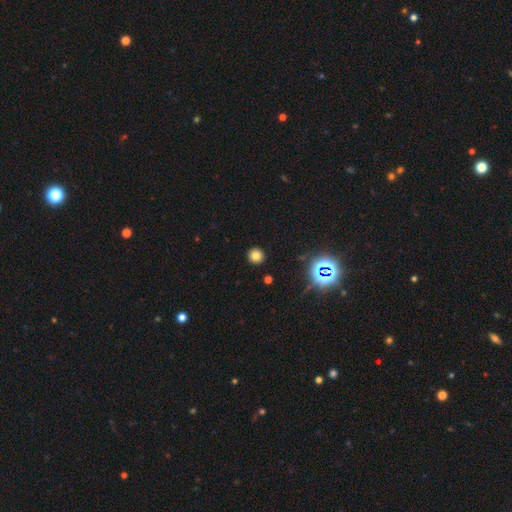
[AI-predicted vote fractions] Smooth or featured?
  - smooth: 76% *
  - star or artifact: 17%
  - featured or disk: 6%
How rounded?
  - round: 93% *
  - in between: 6%
  - cigar-shaped: 1%
Merging?
  - none: 91% *
  - minor disturbance: 5%
  - major disturbance: 2%
  - merger: 1%